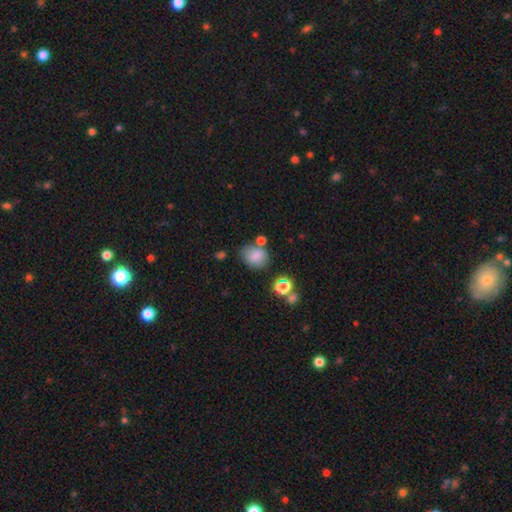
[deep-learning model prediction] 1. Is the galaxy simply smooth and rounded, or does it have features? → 79% smooth, 11% star or artifact, 10% featured or disk.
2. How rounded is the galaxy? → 51% in between, 48% round, 1% cigar-shaped.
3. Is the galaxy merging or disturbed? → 60% none, 20% minor disturbance, 14% merger, 7% major disturbance.